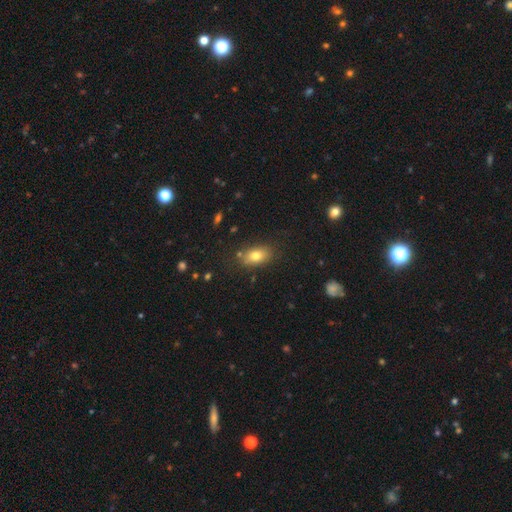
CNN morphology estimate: A smooth galaxy with no disk features (77%) that is in between round and cigar-shaped (84%).

Vote fractions:
- Smooth or featured? smooth: 77% / featured or disk: 13% / star or artifact: 10%
- How rounded? in between: 84% / round: 13% / cigar-shaped: 3%
- Merging? none: 79% / minor disturbance: 13% / major disturbance: 4% / merger: 4%